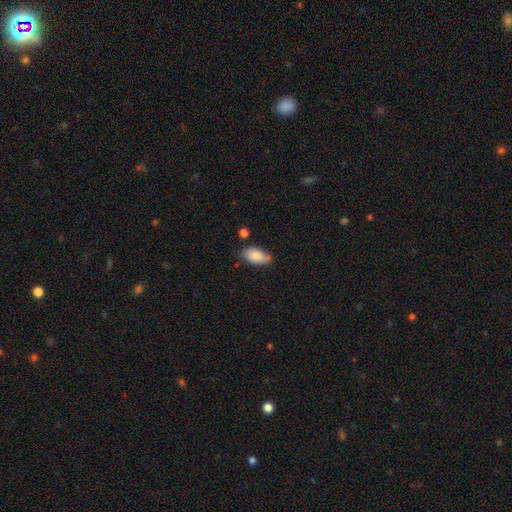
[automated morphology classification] Smooth or featured?
  - smooth: 84% *
  - featured or disk: 9%
  - star or artifact: 7%
How rounded?
  - in between: 93% *
  - cigar-shaped: 4%
  - round: 3%
Merging?
  - none: 65% *
  - minor disturbance: 25%
  - merger: 5%
  - major disturbance: 4%